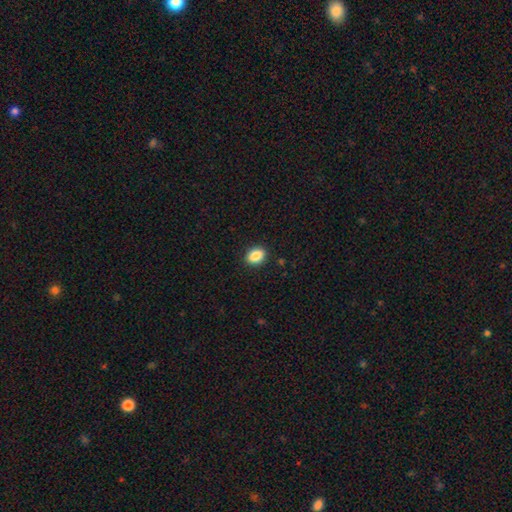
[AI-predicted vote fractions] Overall: smooth (87%). How rounded: in between (70%). Merging: none (90%).